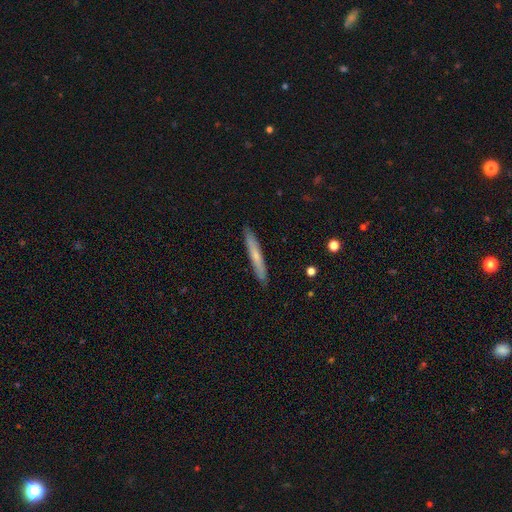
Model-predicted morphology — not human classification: This is possibly a smooth galaxy (60%). How rounded: clearly cigar-shaped (95%). Merging: clearly none (90%).